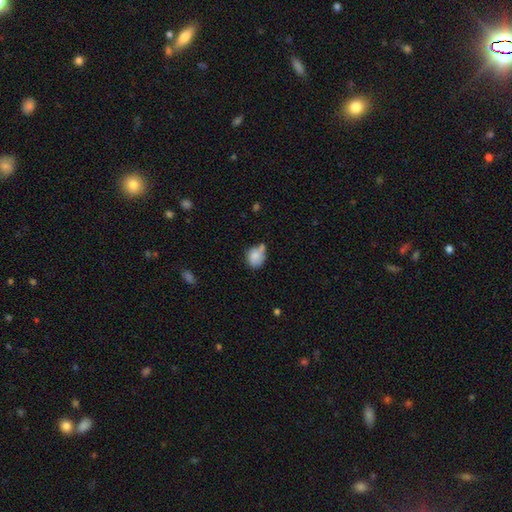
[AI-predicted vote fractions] A smooth galaxy with no disk features (80%) that is in between round and cigar-shaped (52%). Merging: none (42%).